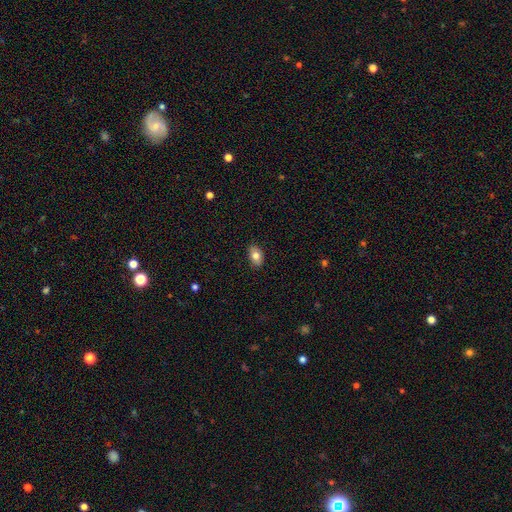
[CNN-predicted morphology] Smooth or featured? Predicted: smooth (p=0.79). How rounded? Predicted: in between (p=0.87). Merging? Predicted: none (p=0.86).